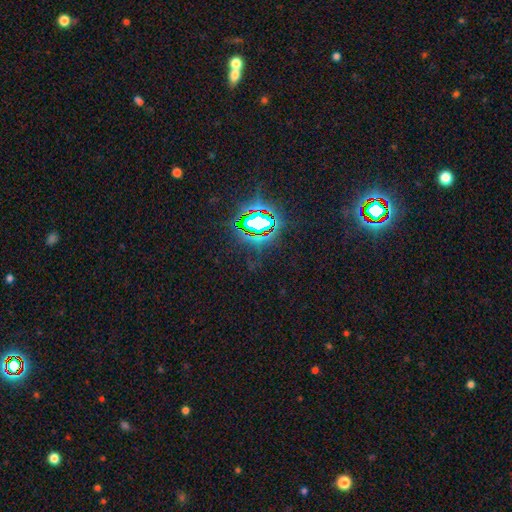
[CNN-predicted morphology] smooth_or_featured: star or artifact (p=0.83) [alt: smooth p=0.10]